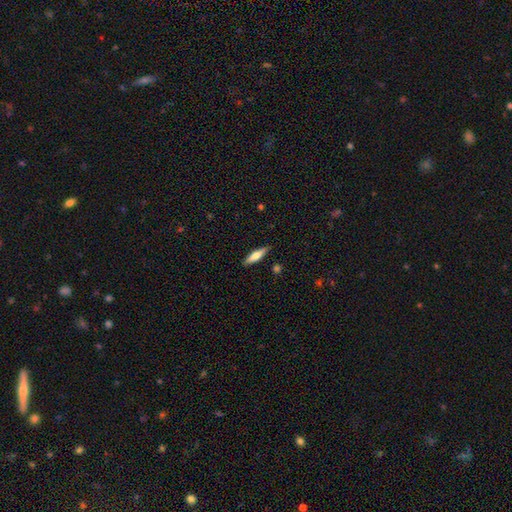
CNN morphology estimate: smooth-or-featured: smooth: 65% | featured or disk: 29% | star or artifact: 6%
  how-rounded: cigar-shaped: 70% | in between: 28% | round: 2%
  merging: none: 87% | minor disturbance: 10% | major disturbance: 2% | merger: 2%